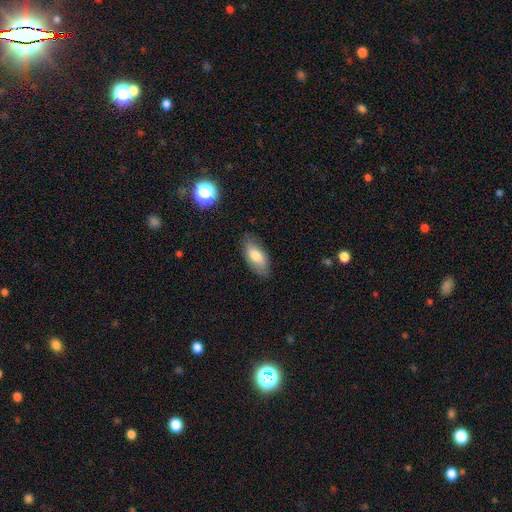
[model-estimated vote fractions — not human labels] Overall: smooth (74%). How rounded: in between (87%). Merging: none (78%).